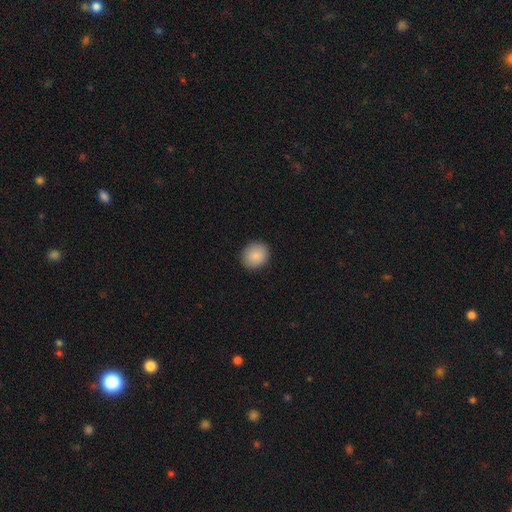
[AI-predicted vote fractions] Morphology: type=smooth (86%); roundness=round (75%); merging=none (90%).